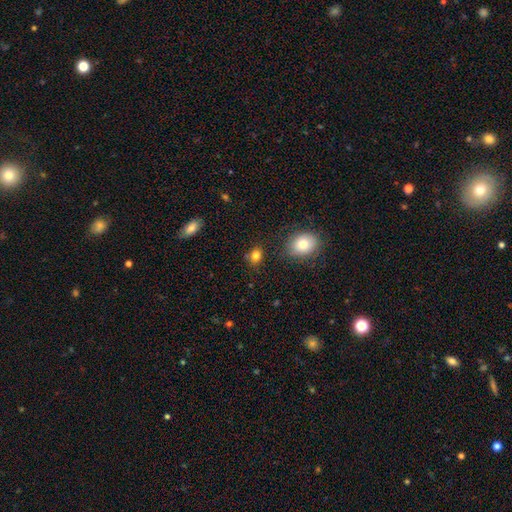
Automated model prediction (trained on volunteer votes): smooth_or_featured: smooth (p=0.82) [alt: star or artifact p=0.12]
how_rounded: round (p=0.51) [alt: in between p=0.48]
merging: none (p=0.79) [alt: minor disturbance p=0.13]